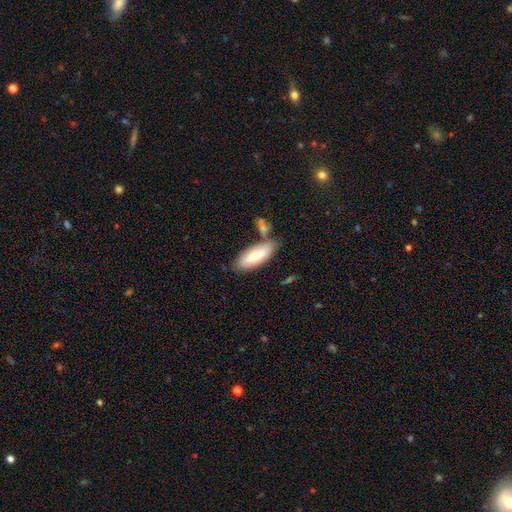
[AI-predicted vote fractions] The model was most divided on "smooth or featured": smooth: 68%, featured or disk: 26%, star or artifact: 6%. More confident: how rounded — in between (74%); merging — none (69%).